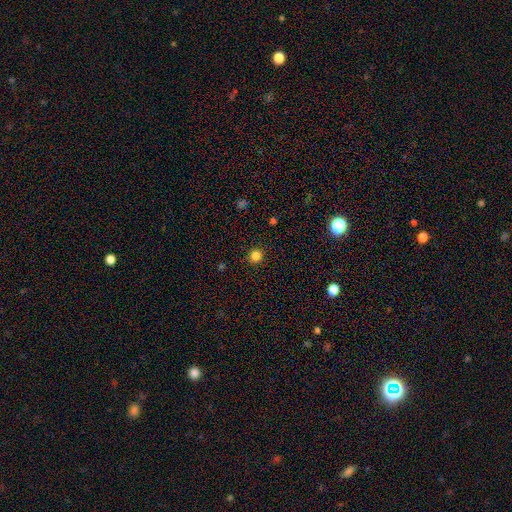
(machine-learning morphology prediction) smooth-or-featured: smooth: 83% | star or artifact: 13% | featured or disk: 4%
  how-rounded: round: 94% | in between: 5% | cigar-shaped: 1%
  merging: none: 92% | minor disturbance: 5% | major disturbance: 2% | merger: 1%